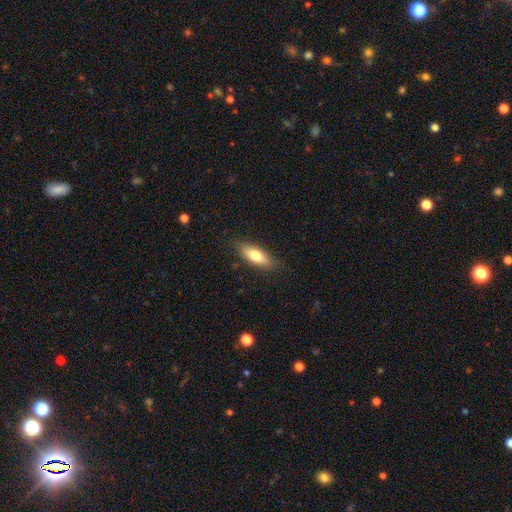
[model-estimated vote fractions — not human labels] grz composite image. It shows a smooth galaxy with no disk features (73%) that is in between round and cigar-shaped (63%). Merging: none (84%).